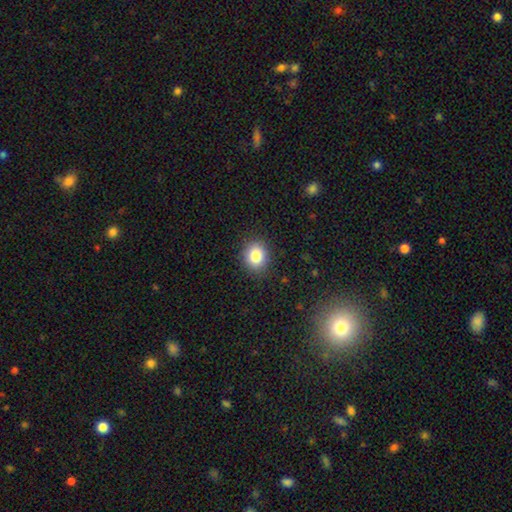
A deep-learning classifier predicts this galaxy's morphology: smooth_or_featured: smooth (p=0.83) [alt: star or artifact p=0.10]
how_rounded: round (p=0.69) [alt: in between p=0.30]
merging: none (p=0.89) [alt: minor disturbance p=0.08]